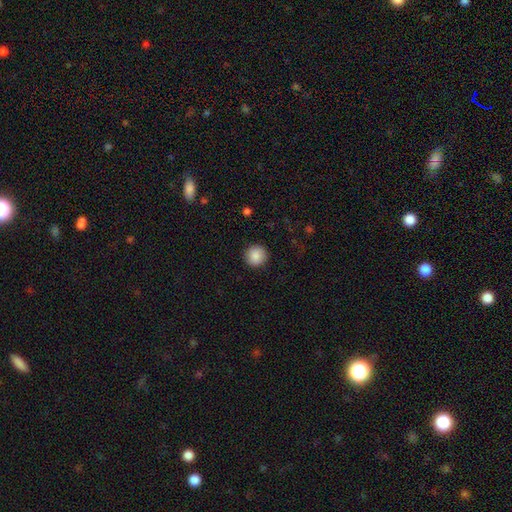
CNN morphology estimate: The model was most divided on "smooth or featured": smooth: 89%, star or artifact: 8%, featured or disk: 3%. More confident: how rounded — round (95%); merging — none (92%).